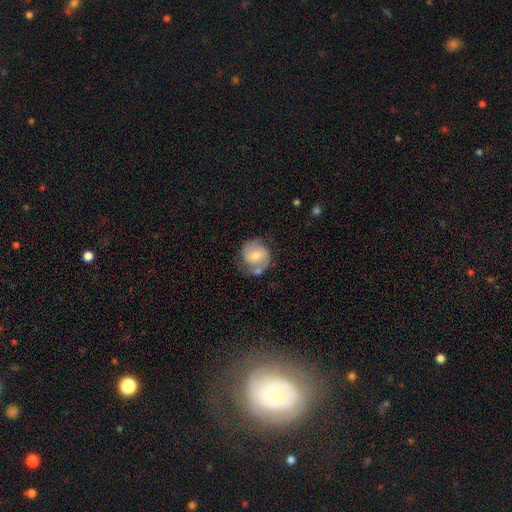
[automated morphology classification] type=featured or disk (50%); merging=none (60%).